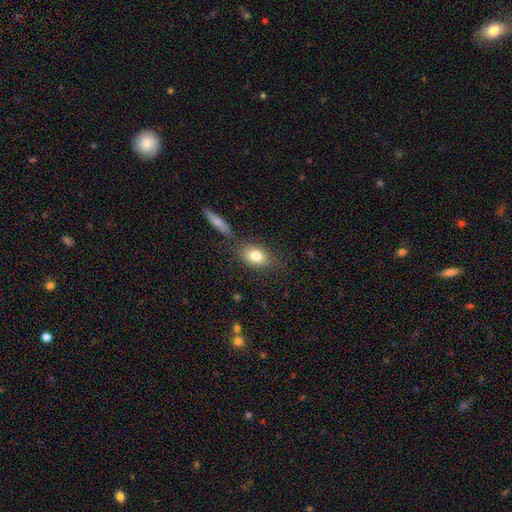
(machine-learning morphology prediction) A smooth galaxy with no disk features (80%) that is in between round and cigar-shaped (77%).

Vote fractions:
- Smooth or featured? smooth: 80% / featured or disk: 12% / star or artifact: 8%
- How rounded? in between: 77% / round: 19% / cigar-shaped: 4%
- Merging? none: 72% / minor disturbance: 13% / merger: 10% / major disturbance: 4%